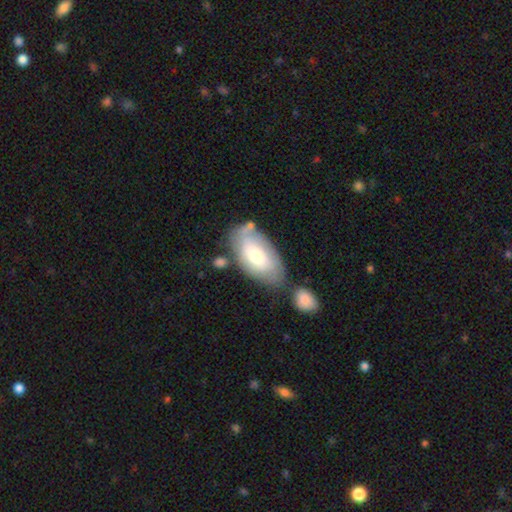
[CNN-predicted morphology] smooth_or_featured: smooth (p=0.60) [alt: featured or disk p=0.34]
how_rounded: in between (p=0.94) [alt: round p=0.03]
merging: none (p=0.55) [alt: minor disturbance p=0.22]